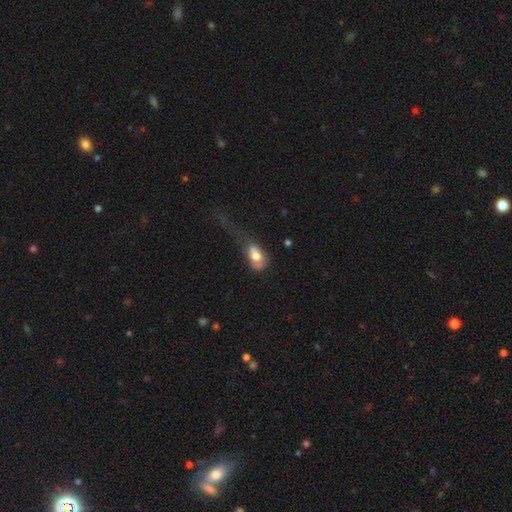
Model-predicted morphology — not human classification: A smooth galaxy with no disk features (67%) that is in between round and cigar-shaped (81%).

Vote fractions:
- Smooth or featured? smooth: 67% / featured or disk: 24% / star or artifact: 9%
- How rounded? in between: 81% / round: 15% / cigar-shaped: 4%
- Merging? major disturbance: 51% / minor disturbance: 20% / none: 16% / merger: 14%